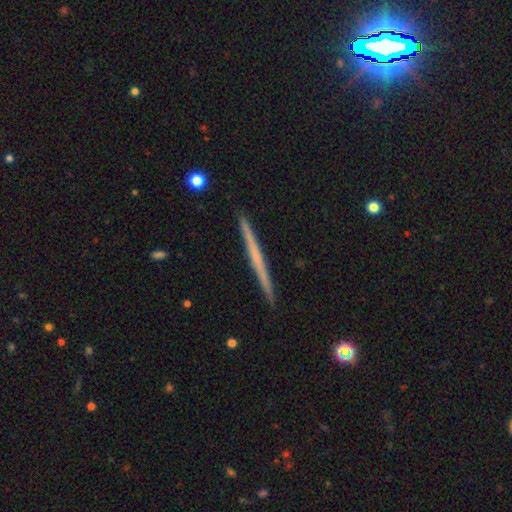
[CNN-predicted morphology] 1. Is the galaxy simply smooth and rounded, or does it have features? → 58% featured or disk, 36% smooth, 6% star or artifact.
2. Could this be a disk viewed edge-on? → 98% yes, 2% no.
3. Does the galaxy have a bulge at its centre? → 86% none, 11% rounded, 4% boxy.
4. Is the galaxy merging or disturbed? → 93% none, 5% minor disturbance, 1% major disturbance, 1% merger.